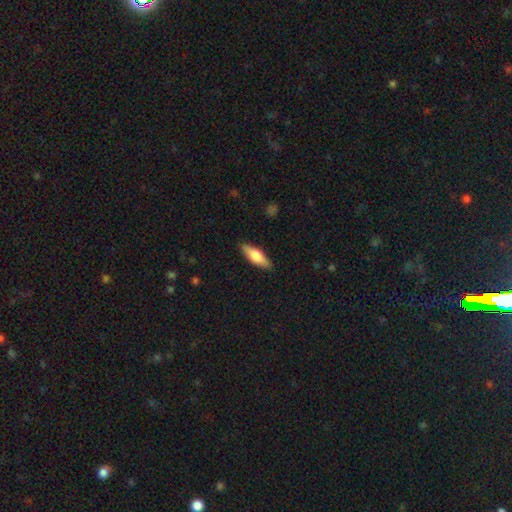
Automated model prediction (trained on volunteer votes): Q: Smooth or featured?
A: smooth (62%); runner-up: featured or disk (32%)
Q: How rounded?
A: in between (54%); runner-up: cigar-shaped (44%)
Q: Merging?
A: none (88%); runner-up: minor disturbance (9%)